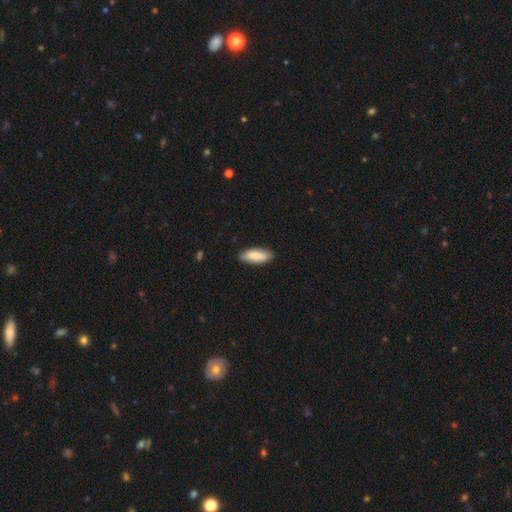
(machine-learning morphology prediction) Q: Smooth or featured?
A: smooth (86%); runner-up: featured or disk (9%)
Q: How rounded?
A: in between (66%); runner-up: cigar-shaped (33%)
Q: Merging?
A: none (85%); runner-up: minor disturbance (12%)